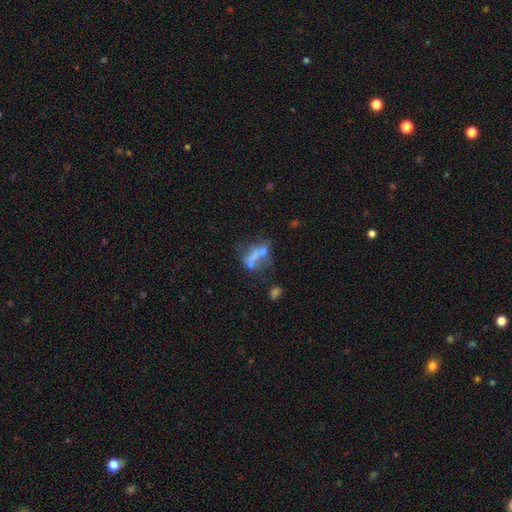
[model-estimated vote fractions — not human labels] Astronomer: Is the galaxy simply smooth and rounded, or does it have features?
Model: smooth — 43% (runner-up: featured or disk, 40%).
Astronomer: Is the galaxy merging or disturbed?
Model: none — 29% (runner-up: merger, 28%).